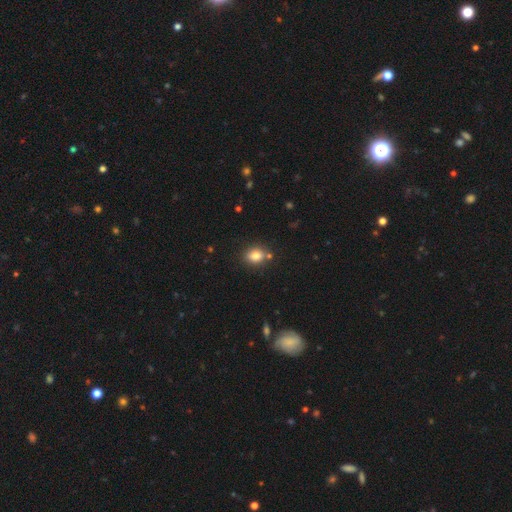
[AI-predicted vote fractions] Smooth or featured? smooth (81%)
How rounded? in between (52%)
Merging? none (77%)